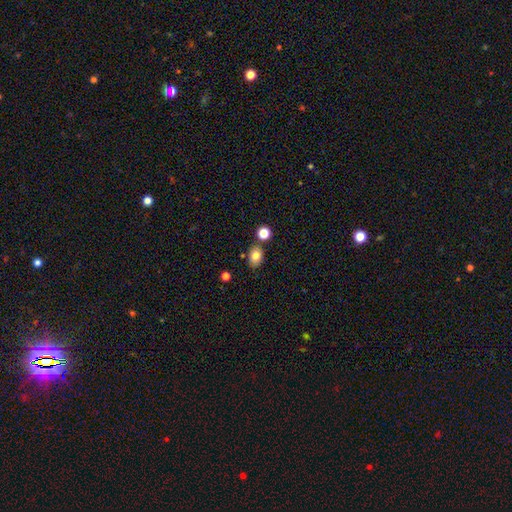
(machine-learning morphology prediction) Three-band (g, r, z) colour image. It shows a smooth galaxy with no disk features (80%) that is in between round and cigar-shaped (74%). Merging: none (75%).